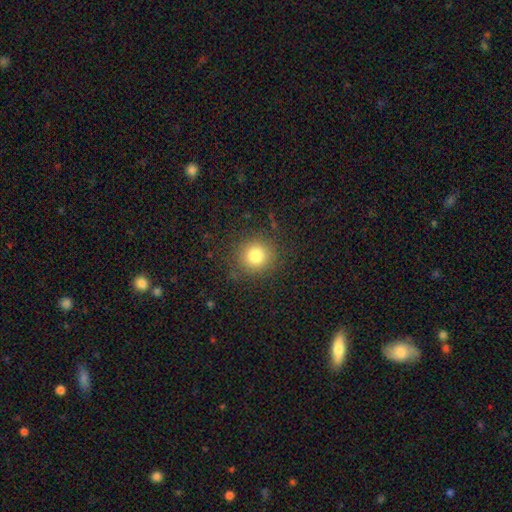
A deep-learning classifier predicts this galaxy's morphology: This is clearly a smooth galaxy (80%). How rounded: clearly round (90%). Merging: clearly none (87%).